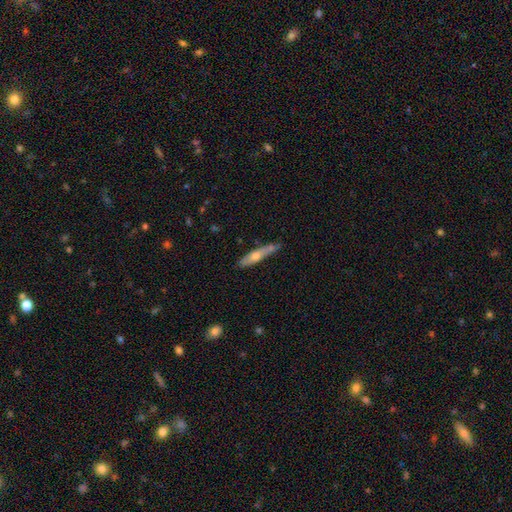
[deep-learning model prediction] Morphology: type=featured or disk (56%); edge-on=yes (88%); merging=none (75%).